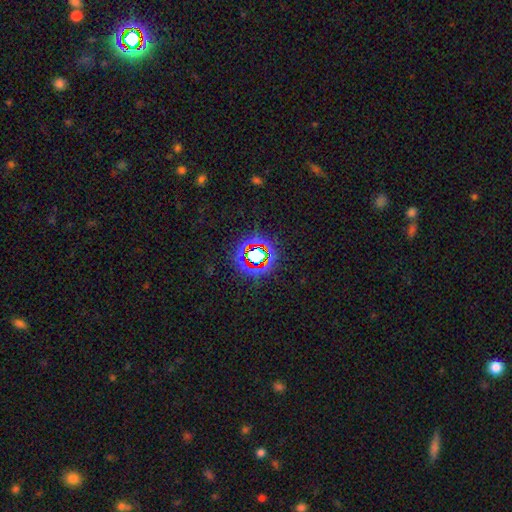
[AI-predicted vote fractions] star or artifact 73%, smooth 17%, featured or disk 10%.